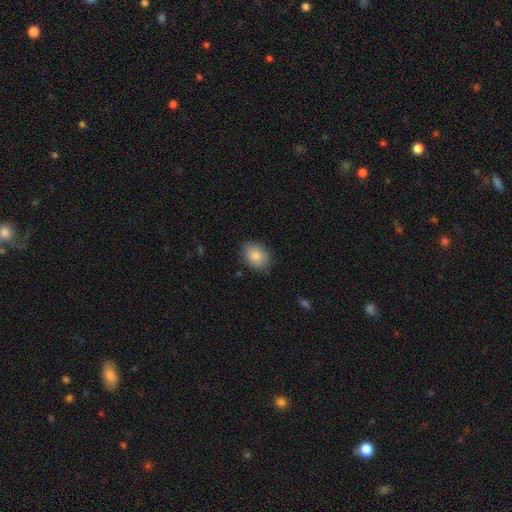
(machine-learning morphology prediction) A smooth galaxy with no disk features (85%) that is in between round and cigar-shaped (68%). Merging: none (83%).